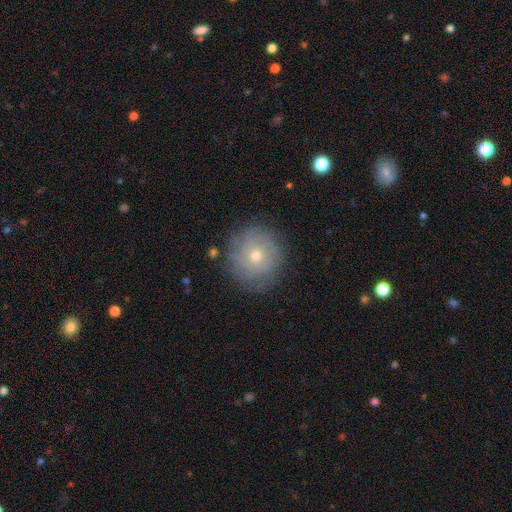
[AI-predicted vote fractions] Morphology: type=smooth (47%); merging=none (83%).